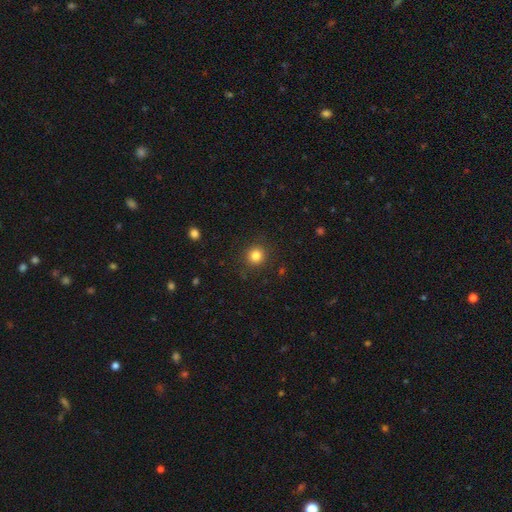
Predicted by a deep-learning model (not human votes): Smooth or featured? Predicted: smooth (p=0.83). How rounded? Predicted: round (p=0.91). Merging? Predicted: none (p=0.90).